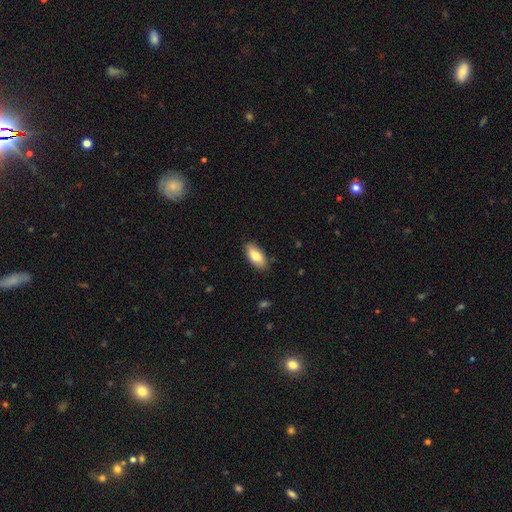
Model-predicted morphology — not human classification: Q: Smooth or featured?
A: smooth (79%); runner-up: featured or disk (15%)
Q: How rounded?
A: in between (87%); runner-up: cigar-shaped (10%)
Q: Merging?
A: none (86%); runner-up: minor disturbance (11%)